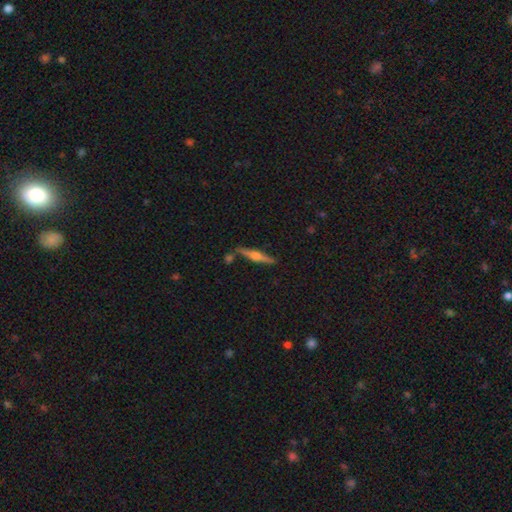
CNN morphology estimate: This appears to be a featured or disk galaxy (69%) viewed edge-on (98%) with a rounded central bulge (90%). Merging: none (83%).